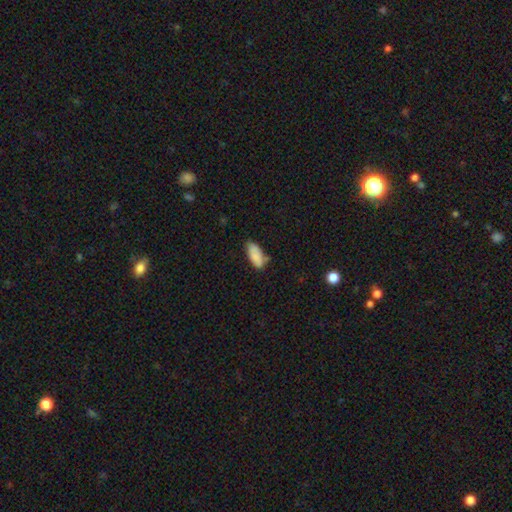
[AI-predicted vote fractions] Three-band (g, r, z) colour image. It shows a smooth galaxy with no disk features (87%) that is in between round and cigar-shaped (87%). Merging: none (65%).